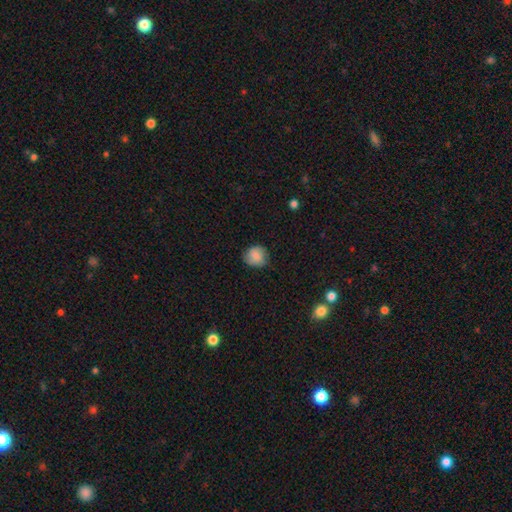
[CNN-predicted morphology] type=smooth (75%); roundness=round (81%); merging=none (77%).